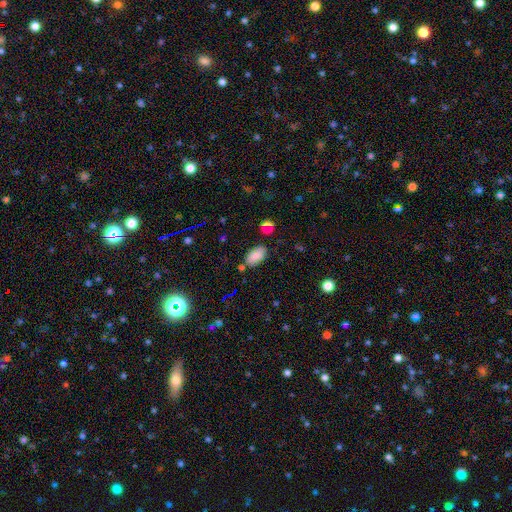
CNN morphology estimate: A smooth galaxy with no disk features (83%) that is in between round and cigar-shaped (93%).

Vote fractions:
- Smooth or featured? smooth: 83% / star or artifact: 10% / featured or disk: 7%
- How rounded? in between: 93% / round: 4% / cigar-shaped: 2%
- Merging? none: 79% / minor disturbance: 13% / merger: 5% / major disturbance: 3%